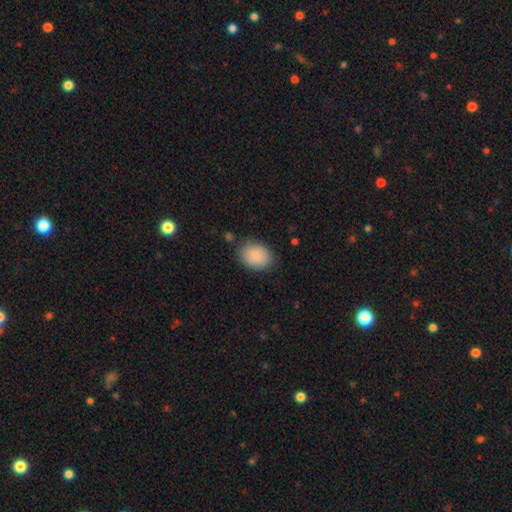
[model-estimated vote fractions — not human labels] Smooth or featured? Predicted: smooth (p=0.87). How rounded? Predicted: in between (p=0.65). Merging? Predicted: none (p=0.81).